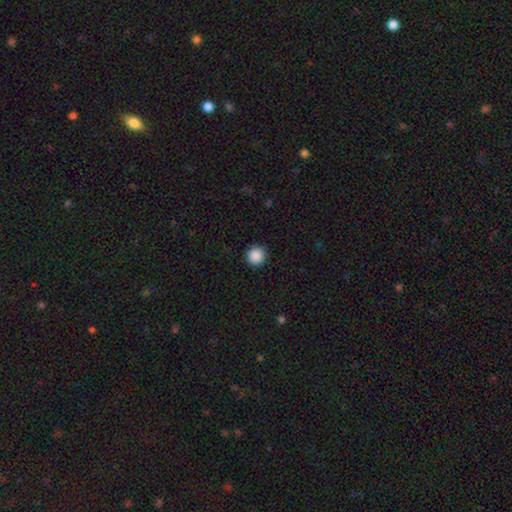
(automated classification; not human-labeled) Smooth or featured: smooth — 88% (star or artifact — 9%)
How rounded: round — 95% (in between — 4%)
Merging: none — 92% (minor disturbance — 6%)